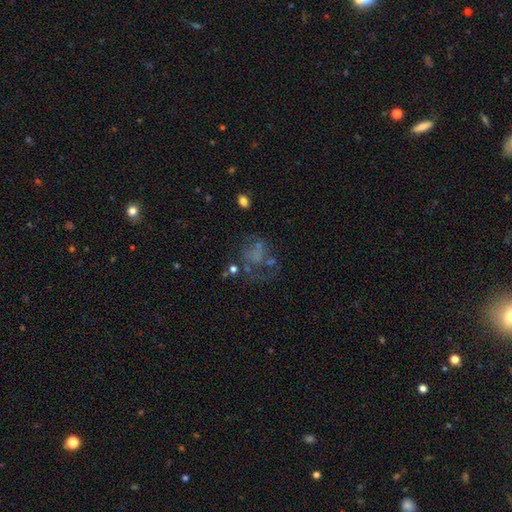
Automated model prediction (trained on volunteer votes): Smooth or featured? featured or disk (47%)
Merging? major disturbance (43%)